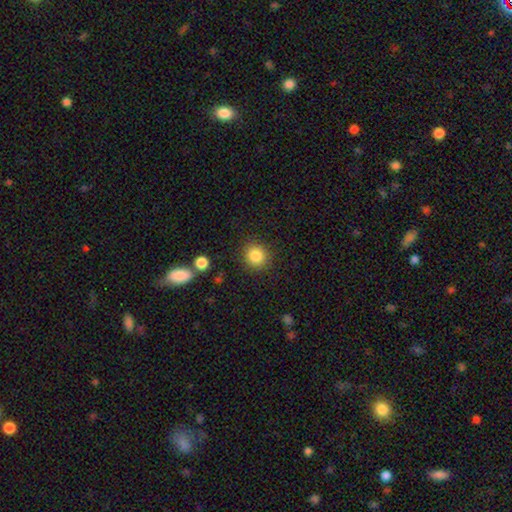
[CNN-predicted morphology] A smooth galaxy with no disk features (84%) that is round (87%). Merging: none (87%).